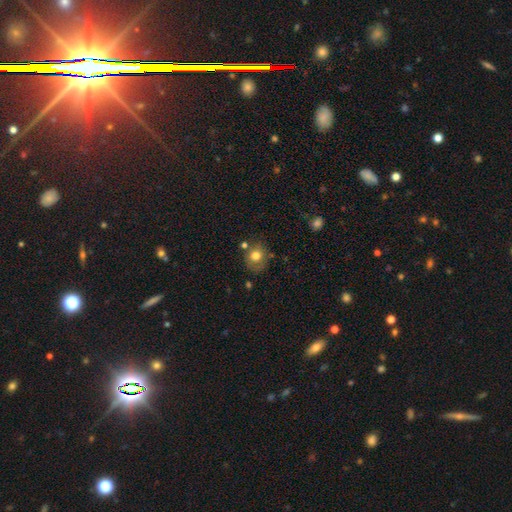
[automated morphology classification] This is likely a smooth galaxy (74%). How rounded: likely round (76%). Merging: likely none (67%).